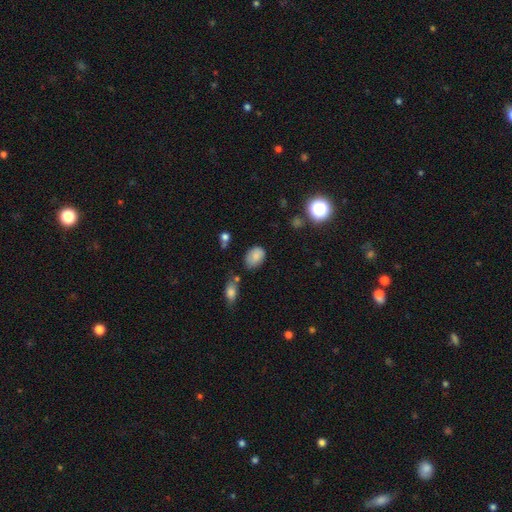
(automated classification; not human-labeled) This is clearly a smooth galaxy (81%). How rounded: clearly in between (81%). Merging: likely none (60%).